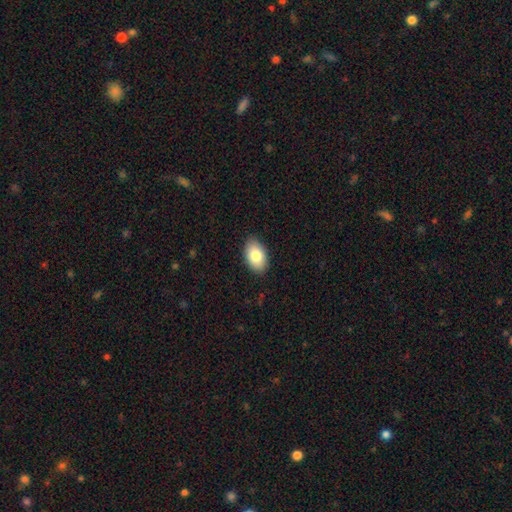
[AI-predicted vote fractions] Smooth or featured: smooth — 83% (featured or disk — 10%)
How rounded: in between — 92% (round — 7%)
Merging: none — 88% (minor disturbance — 9%)